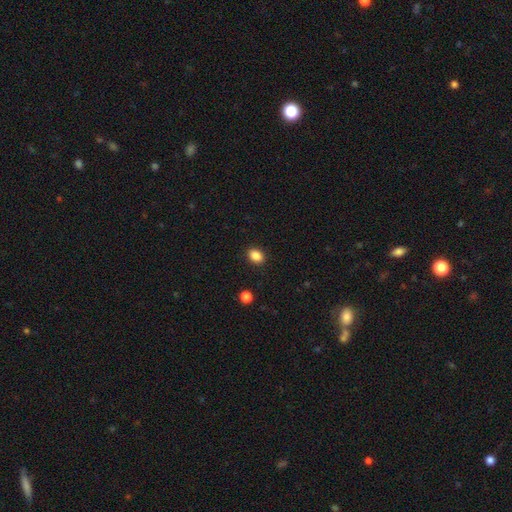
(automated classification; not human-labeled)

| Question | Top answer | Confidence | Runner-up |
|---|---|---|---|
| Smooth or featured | smooth | 87% | star or artifact (9%) |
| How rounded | in between | 71% | round (27%) |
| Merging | none | 90% | minor disturbance (7%) |